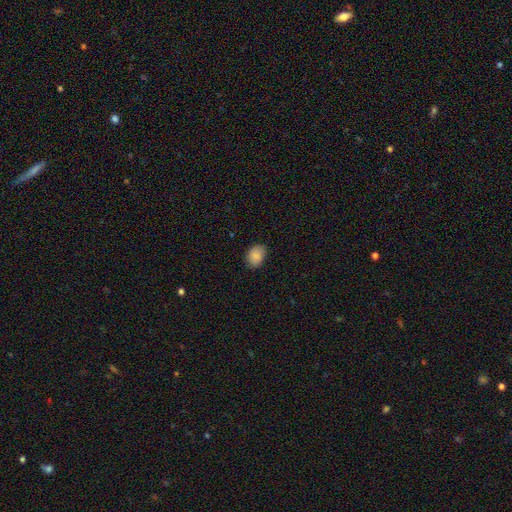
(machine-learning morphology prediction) Smooth or featured?
  - smooth: 87% *
  - star or artifact: 8%
  - featured or disk: 5%
How rounded?
  - in between: 72% *
  - round: 27%
  - cigar-shaped: 1%
Merging?
  - none: 81% *
  - minor disturbance: 15%
  - major disturbance: 3%
  - merger: 1%